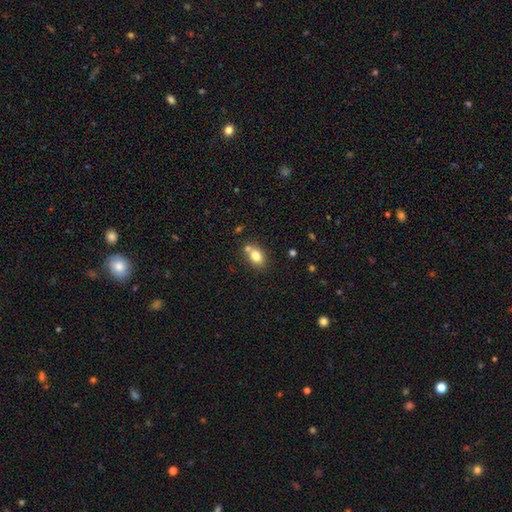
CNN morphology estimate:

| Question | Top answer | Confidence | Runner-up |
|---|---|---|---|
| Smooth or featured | smooth | 78% | featured or disk (12%) |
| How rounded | in between | 71% | round (27%) |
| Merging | none | 58% | merger (26%) |